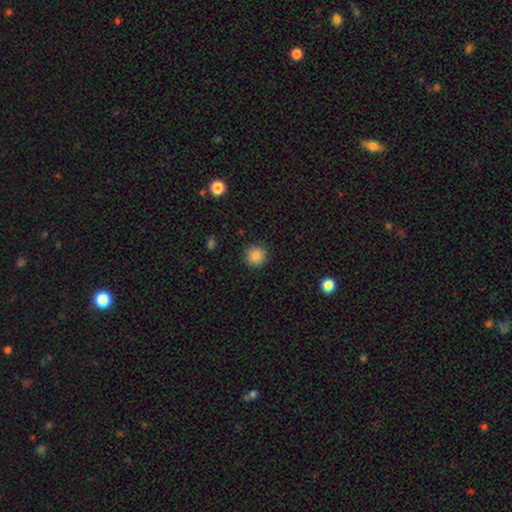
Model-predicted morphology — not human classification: type=smooth (84%); roundness=round (93%); merging=none (89%).